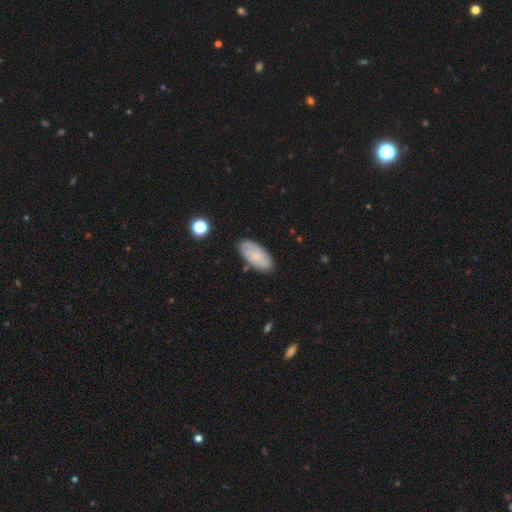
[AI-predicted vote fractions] smooth_or_featured: smooth (p=0.70) [alt: featured or disk p=0.23]
how_rounded: in between (p=0.90) [alt: cigar-shaped p=0.07]
merging: none (p=0.81) [alt: minor disturbance p=0.14]